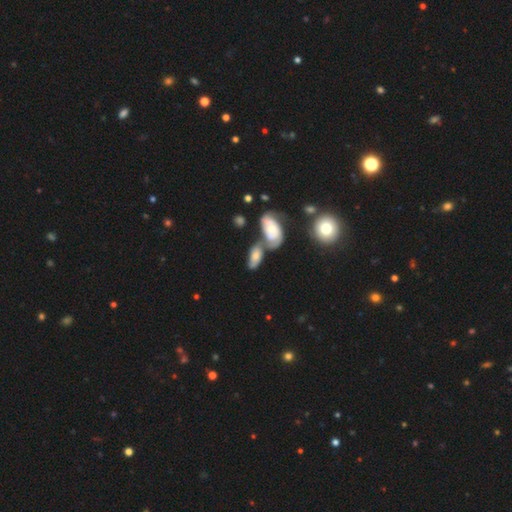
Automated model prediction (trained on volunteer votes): This is possibly a smooth galaxy (48%). Merging: marginally merger (43%).